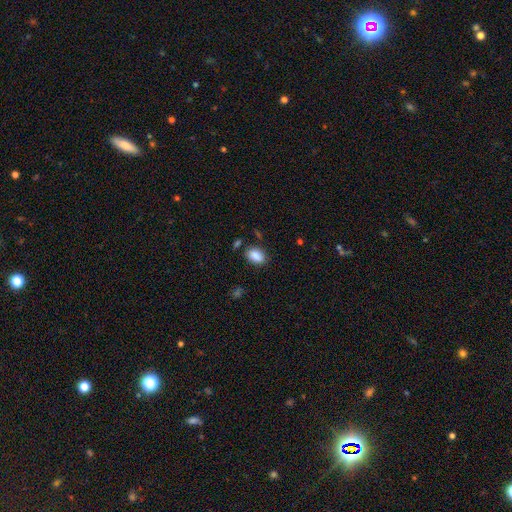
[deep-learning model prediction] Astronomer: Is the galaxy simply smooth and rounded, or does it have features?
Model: smooth — 87%.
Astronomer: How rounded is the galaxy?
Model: in between — 85%.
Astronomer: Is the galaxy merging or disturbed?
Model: none — 78%.